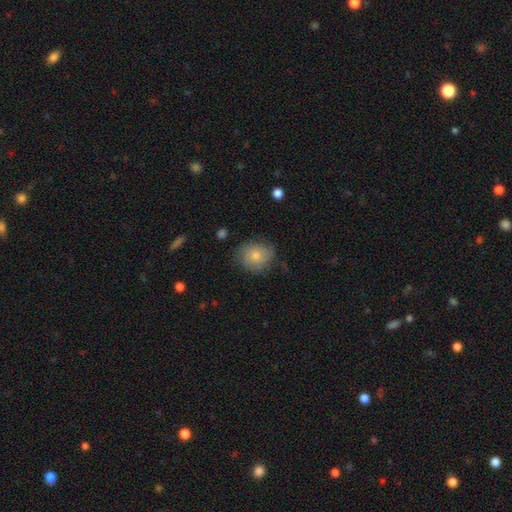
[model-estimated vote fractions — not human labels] smooth_or_featured: smooth (p=0.67) [alt: featured or disk p=0.25]
how_rounded: round (p=0.75) [alt: in between p=0.24]
merging: none (p=0.67) [alt: minor disturbance p=0.25]